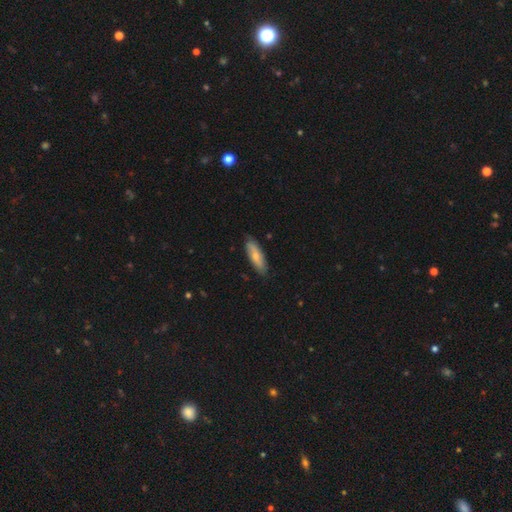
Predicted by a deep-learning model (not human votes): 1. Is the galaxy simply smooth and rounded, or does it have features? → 67% smooth, 28% featured or disk, 5% star or artifact.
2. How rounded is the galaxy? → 50% cigar-shaped, 48% in between, 2% round.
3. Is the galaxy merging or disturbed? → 83% none, 14% minor disturbance, 2% major disturbance, 1% merger.